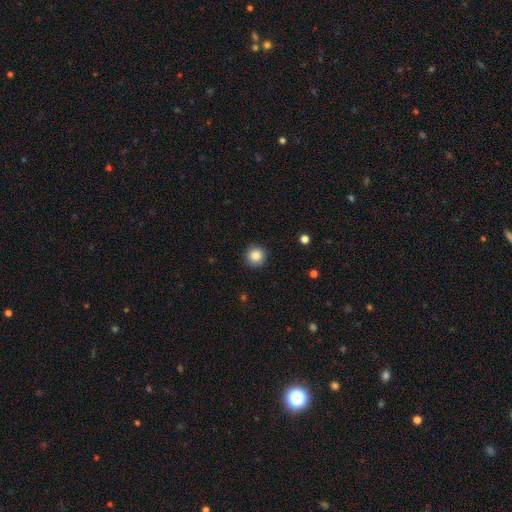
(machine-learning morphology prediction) smooth 86%, star or artifact 10%, featured or disk 4%. Down the decision tree: how rounded — round (95%); merging — none (91%).